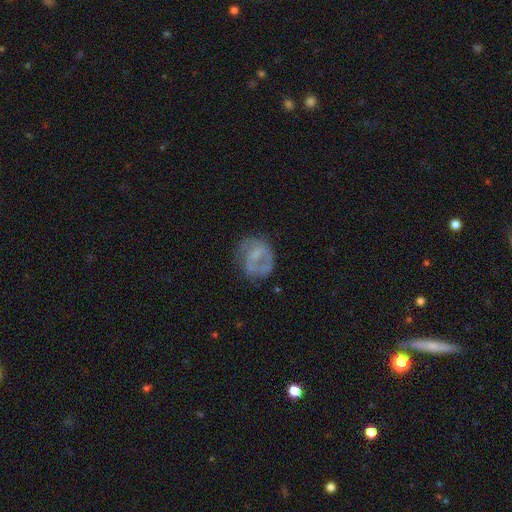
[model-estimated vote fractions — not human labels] Smooth or featured?
  - featured or disk: 54% *
  - smooth: 37%
  - star or artifact: 10%
Edge-on disk?
  - no: 97% *
  - yes: 3%
Bar?
  - no: 50% *
  - weak: 36%
  - strong: 14%
Spiral arms?
  - no: 53% *
  - yes: 47%
Bulge size?
  - none: 46% *
  - small: 32%
  - moderate: 19%
  - large: 3%
  - dominant: 1%
Merging?
  - none: 51% *
  - minor disturbance: 24%
  - major disturbance: 23%
  - merger: 3%